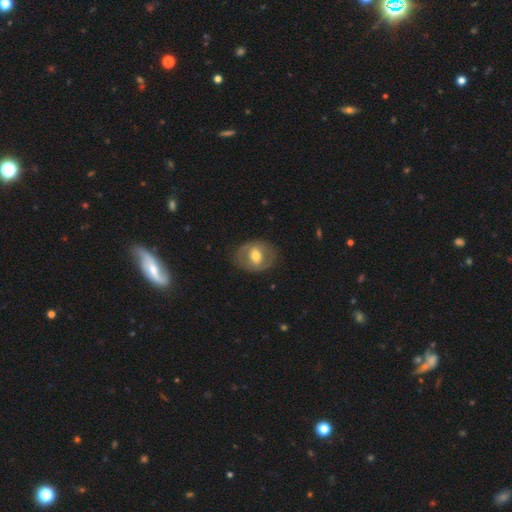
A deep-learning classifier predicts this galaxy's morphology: Overall: featured or disk (50%; smooth 44%). Merging: none (78%).